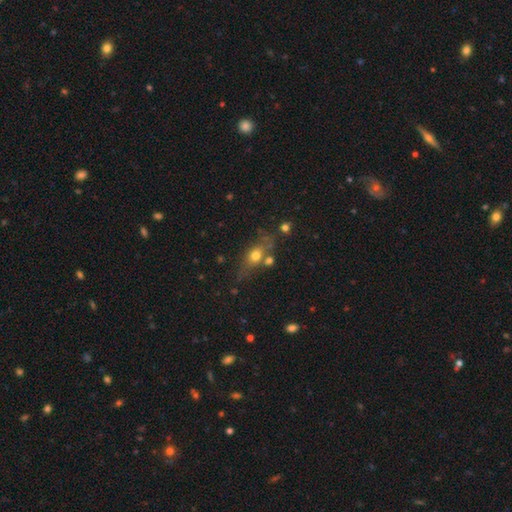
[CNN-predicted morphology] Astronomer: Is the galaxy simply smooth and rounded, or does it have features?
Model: smooth — 64%.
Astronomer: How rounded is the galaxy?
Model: in between — 62%.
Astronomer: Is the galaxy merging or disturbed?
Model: none — 57%.